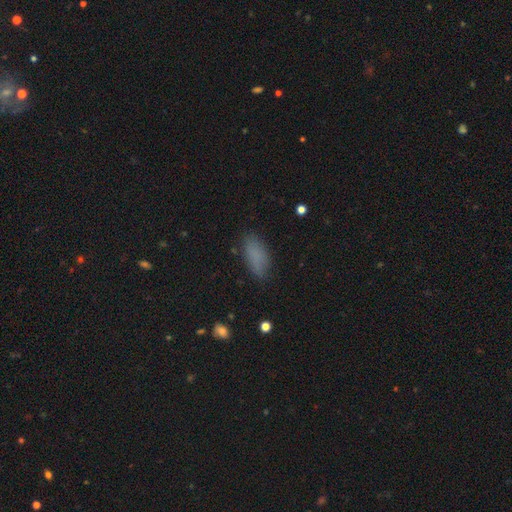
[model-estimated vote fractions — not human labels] smooth-or-featured: smooth: 83% | star or artifact: 10% | featured or disk: 7%
  how-rounded: in between: 83% | cigar-shaped: 14% | round: 3%
  merging: none: 80% | minor disturbance: 14% | major disturbance: 4% | merger: 1%